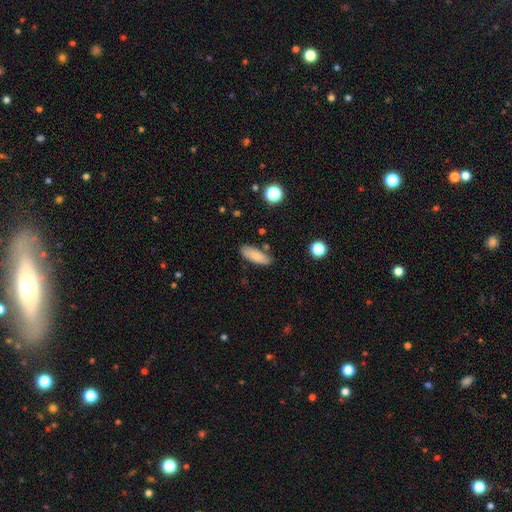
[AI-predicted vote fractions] Smooth or featured? Predicted: smooth (p=0.84). How rounded? Predicted: in between (p=0.65). Merging? Predicted: none (p=0.80).